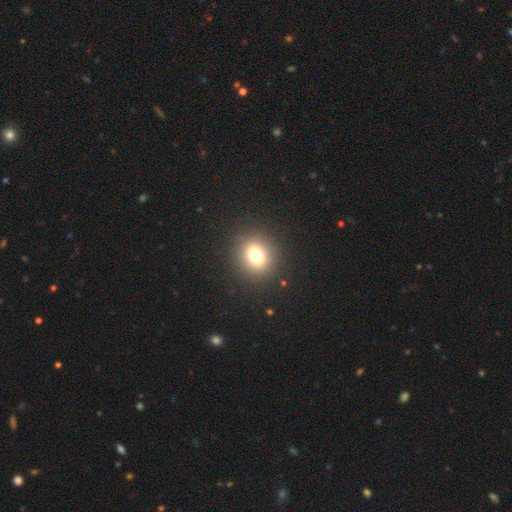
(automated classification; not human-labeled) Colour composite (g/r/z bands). It shows a smooth galaxy with no disk features (75%) that is round (72%). Merging: none (89%).